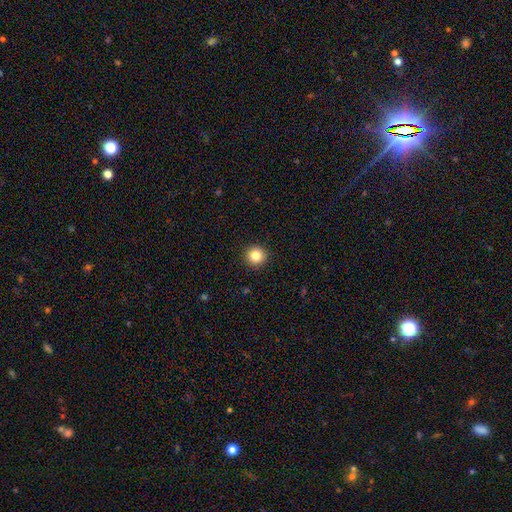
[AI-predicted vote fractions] Q: Smooth or featured?
A: smooth (84%); runner-up: star or artifact (11%)
Q: How rounded?
A: round (95%); runner-up: in between (4%)
Q: Merging?
A: none (93%); runner-up: minor disturbance (4%)